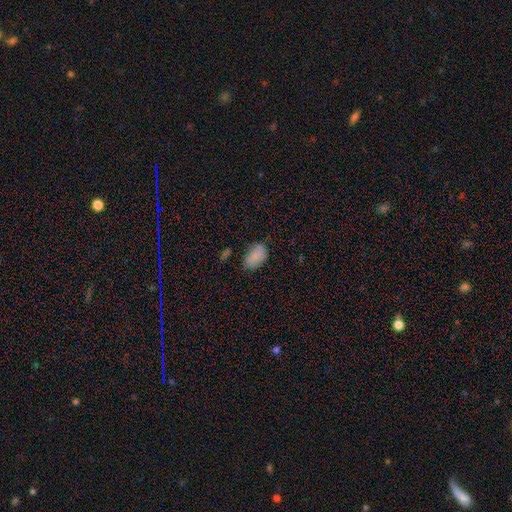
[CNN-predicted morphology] Smooth or featured? Predicted: smooth (p=0.84). How rounded? Predicted: in between (p=0.92). Merging? Predicted: none (p=0.65).